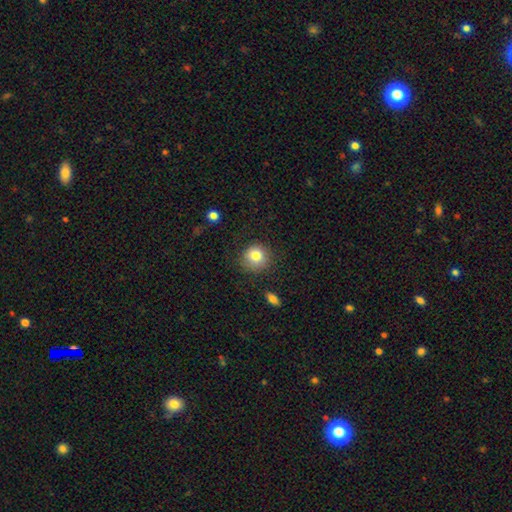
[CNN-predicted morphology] type=smooth (82%); roundness=round (89%); merging=none (80%).